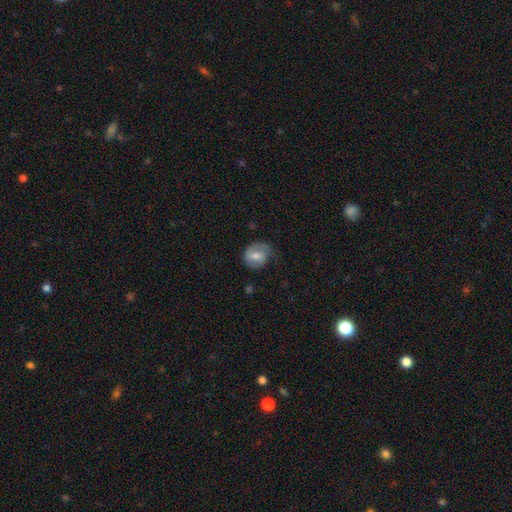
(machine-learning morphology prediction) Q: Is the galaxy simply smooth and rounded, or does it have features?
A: smooth — 48%.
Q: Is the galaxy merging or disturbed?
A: none — 53%.